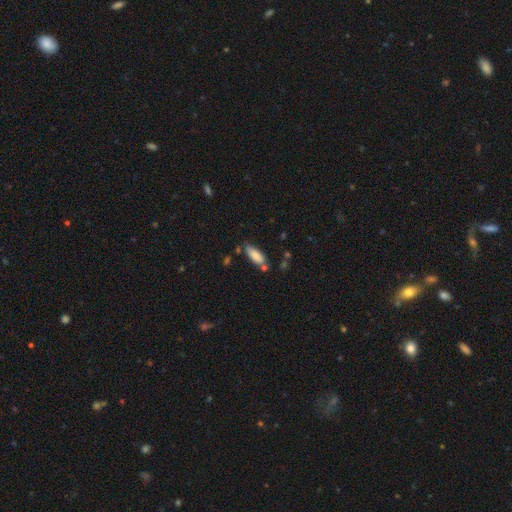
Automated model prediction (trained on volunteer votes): Smooth or featured?
  - smooth: 84% *
  - featured or disk: 9%
  - star or artifact: 7%
How rounded?
  - in between: 76% *
  - cigar-shaped: 22%
  - round: 2%
Merging?
  - none: 67% *
  - minor disturbance: 18%
  - merger: 10%
  - major disturbance: 4%